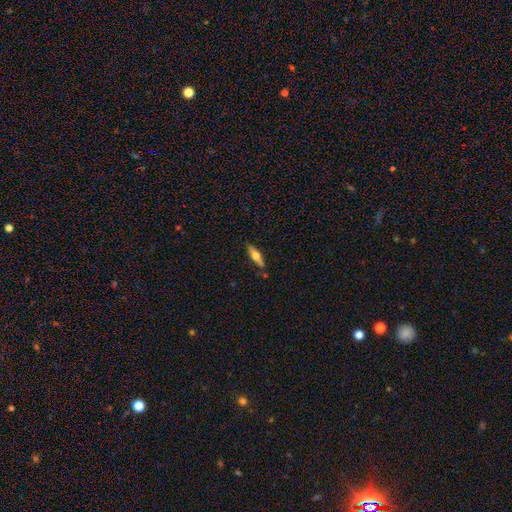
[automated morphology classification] A smooth galaxy with no disk features (49%).

Vote fractions:
- Smooth or featured? smooth: 49% / featured or disk: 45% / star or artifact: 6%
- Merging? none: 78% / minor disturbance: 15% / merger: 4% / major disturbance: 3%